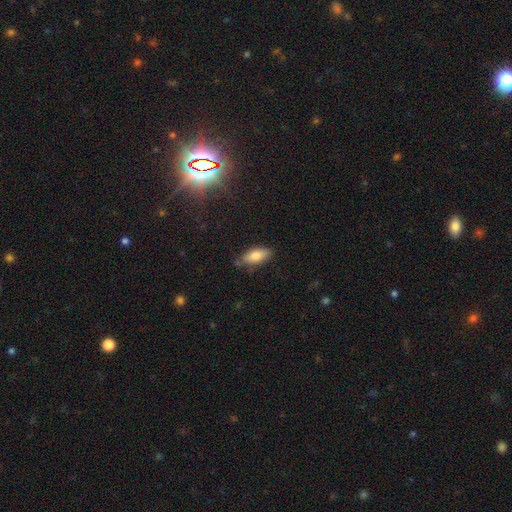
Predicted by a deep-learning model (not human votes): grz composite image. It shows a smooth galaxy with no disk features (81%) that is in between round and cigar-shaped (85%). Merging: none (72%).